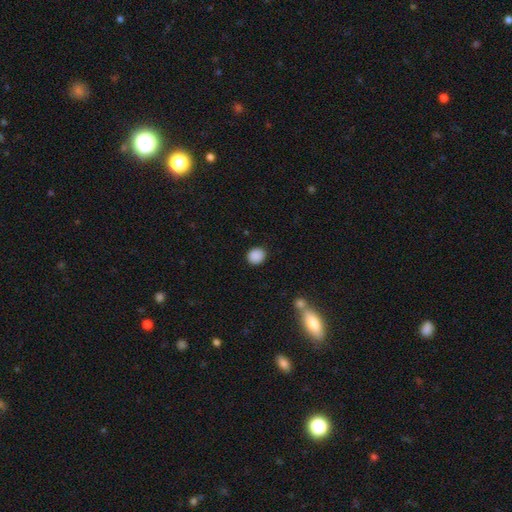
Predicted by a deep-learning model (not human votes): Smooth or featured: smooth — 88% (star or artifact — 9%)
How rounded: round — 77% (in between — 22%)
Merging: none — 87% (minor disturbance — 8%)